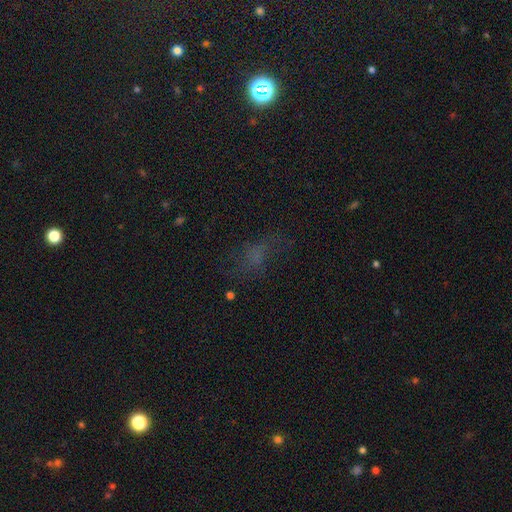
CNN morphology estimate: The model was most divided on "smooth or featured": smooth: 45%, star or artifact: 33%, featured or disk: 22%. More confident: merging — none (55%).